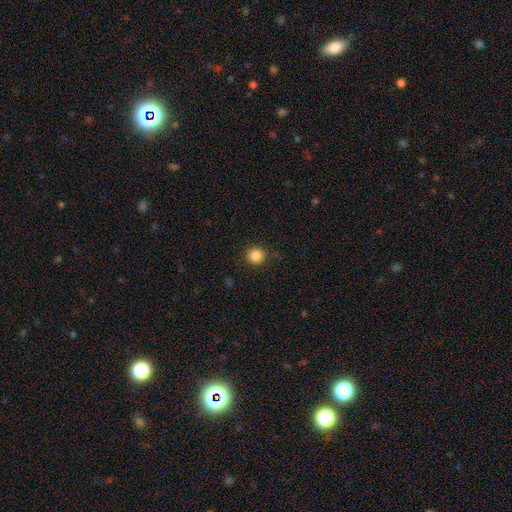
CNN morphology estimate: This is clearly a smooth galaxy (86%). How rounded: clearly round (92%). Merging: clearly none (89%).